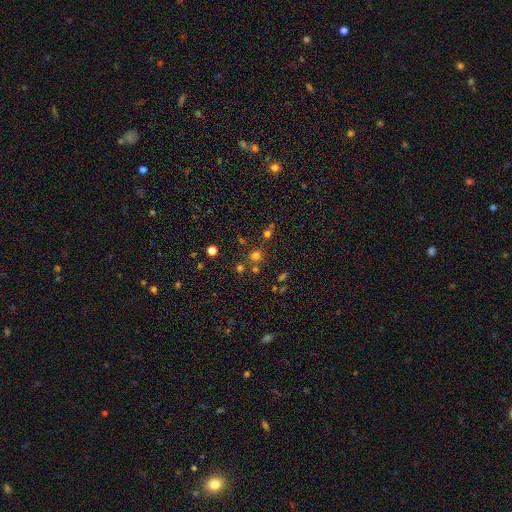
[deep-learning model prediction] A smooth galaxy with no disk features (62%) that is round (85%). Merging: none (69%).